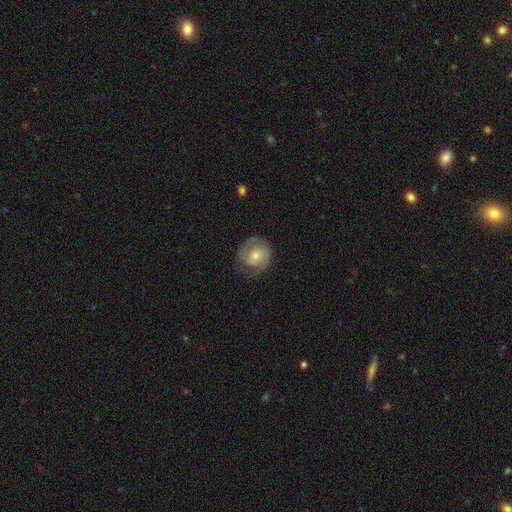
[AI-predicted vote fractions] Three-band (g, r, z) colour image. It shows a featured or disk galaxy (58%) with no bar (66%), spiral arms (84%) and a small central bulge (47%). Merging: none (62%).